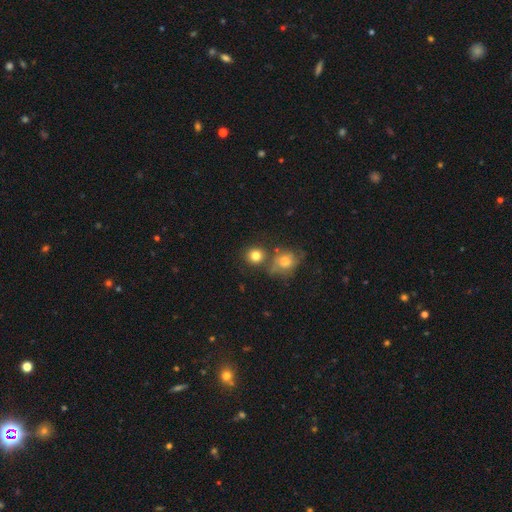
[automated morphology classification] Smooth or featured?
  - smooth: 81% *
  - star or artifact: 11%
  - featured or disk: 8%
How rounded?
  - round: 86% *
  - in between: 13%
  - cigar-shaped: 1%
Merging?
  - none: 69% *
  - merger: 17%
  - minor disturbance: 10%
  - major disturbance: 4%